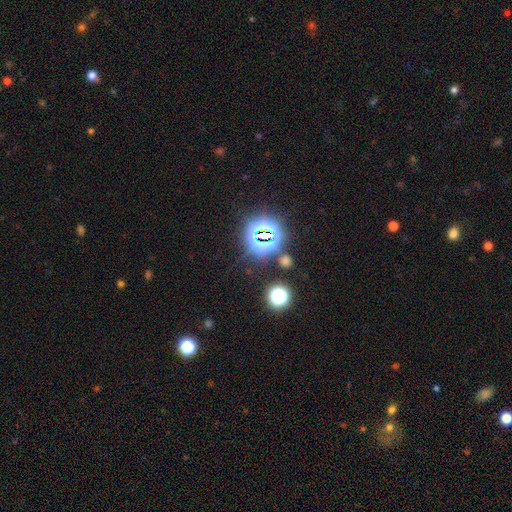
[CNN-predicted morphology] smooth-or-featured: star or artifact: 82% | smooth: 12% | featured or disk: 6%